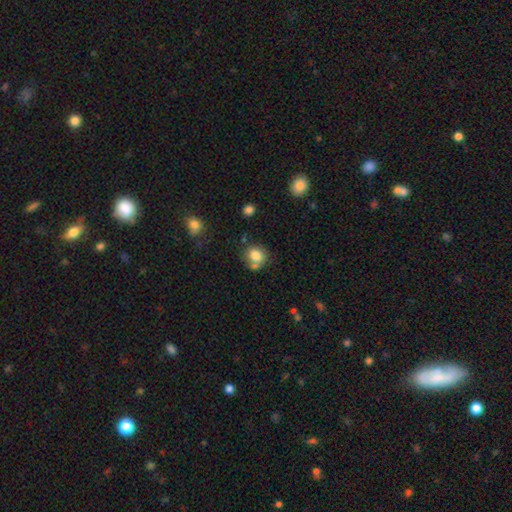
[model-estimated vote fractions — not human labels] smooth 80%, star or artifact 10%, featured or disk 10%. Down the decision tree: how rounded — round (73%); merging — none (57%).